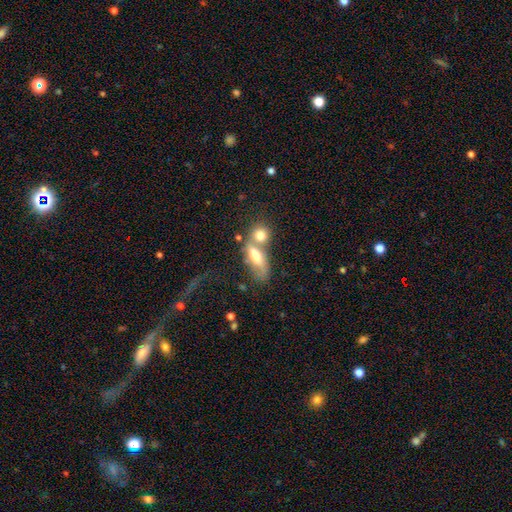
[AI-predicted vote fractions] A smooth galaxy with no disk features (61%) that is in between round and cigar-shaped (68%).

Vote fractions:
- Smooth or featured? smooth: 61% / featured or disk: 30% / star or artifact: 9%
- How rounded? in between: 68% / cigar-shaped: 23% / round: 9%
- Merging? merger: 50% / none: 27% / minor disturbance: 12% / major disturbance: 10%